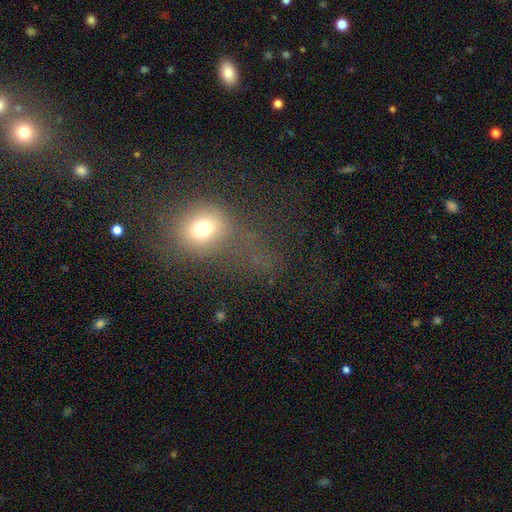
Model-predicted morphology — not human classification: The model was most divided on "merging": none: 40%, major disturbance: 31%, minor disturbance: 21%, merger: 8%. More confident: how rounded — round (63%); smooth or featured — smooth (56%).